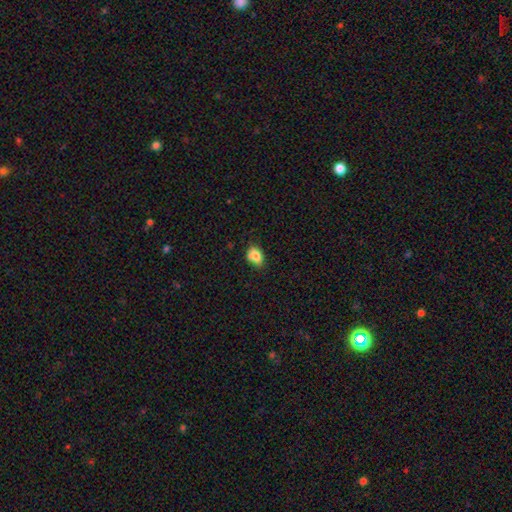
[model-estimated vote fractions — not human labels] A smooth galaxy with no disk features (80%) that is in between round and cigar-shaped (72%).

Vote fractions:
- Smooth or featured? smooth: 80% / featured or disk: 11% / star or artifact: 9%
- How rounded? in between: 72% / round: 26% / cigar-shaped: 2%
- Merging? none: 60% / minor disturbance: 30% / major disturbance: 6% / merger: 4%